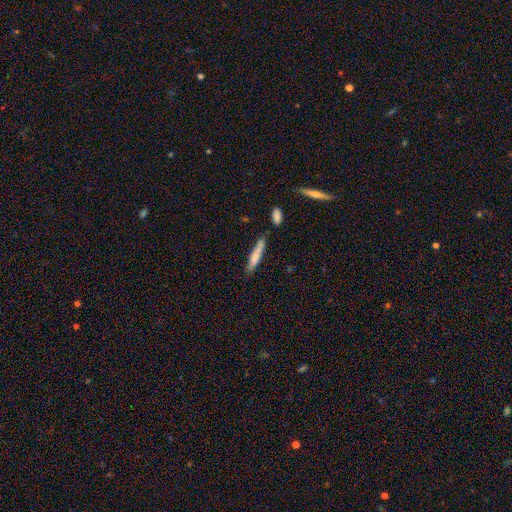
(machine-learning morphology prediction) A smooth galaxy with no disk features (71%) that is cigar-shaped (89%). Merging: none (69%).